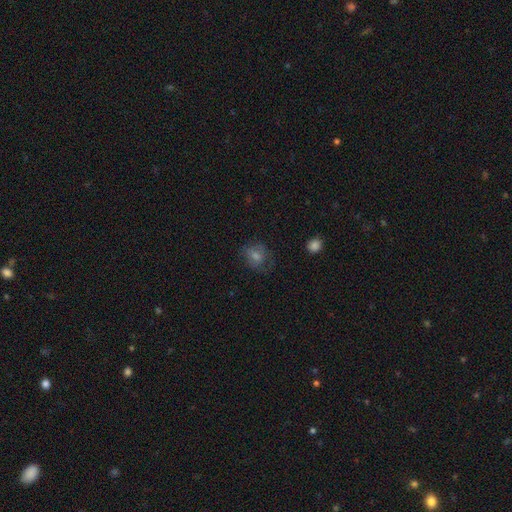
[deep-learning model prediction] A smooth galaxy with no disk features (52%) that is round (60%). Merging: none (68%).